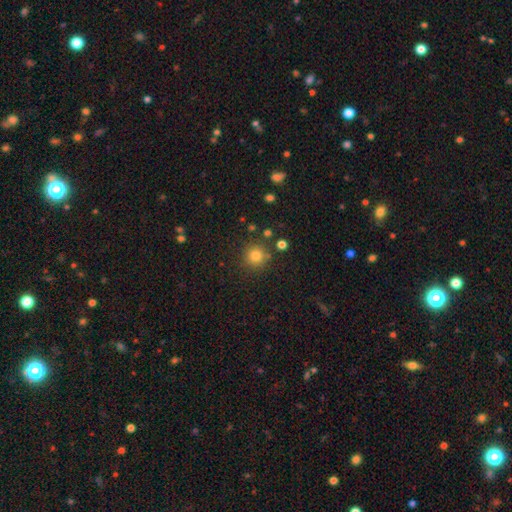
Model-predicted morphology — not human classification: Smooth or featured?
  - smooth: 80% *
  - star or artifact: 14%
  - featured or disk: 7%
How rounded?
  - round: 93% *
  - in between: 6%
  - cigar-shaped: 1%
Merging?
  - none: 82% *
  - minor disturbance: 9%
  - merger: 5%
  - major disturbance: 3%